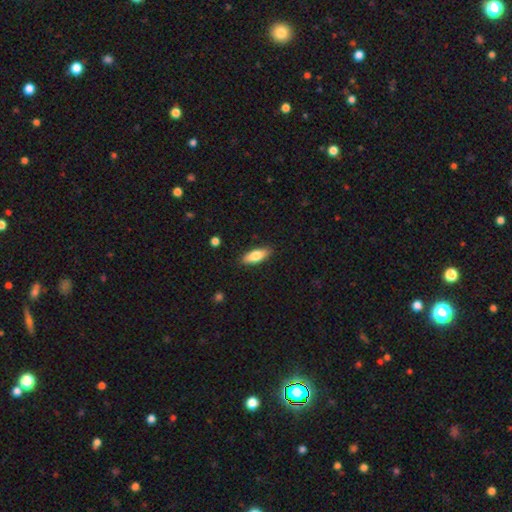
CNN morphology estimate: A smooth galaxy with no disk features (75%) that is in between round and cigar-shaped (68%).

Vote fractions:
- Smooth or featured? smooth: 75% / featured or disk: 19% / star or artifact: 6%
- How rounded? in between: 68% / cigar-shaped: 30% / round: 2%
- Merging? none: 88% / minor disturbance: 9% / major disturbance: 2% / merger: 1%